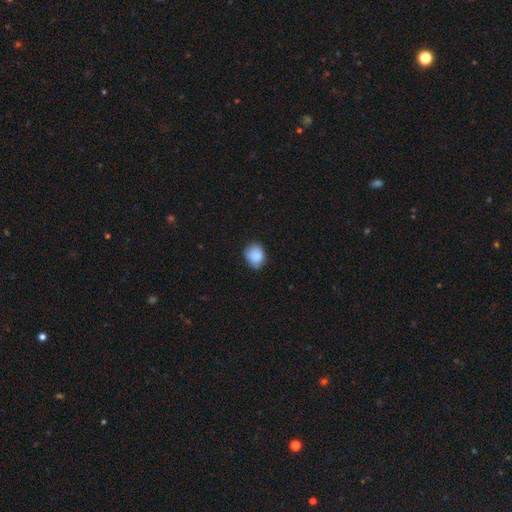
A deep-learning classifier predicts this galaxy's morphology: The model was most divided on "how rounded": round: 57%, in between: 42%, cigar-shaped: 1%. More confident: smooth or featured — smooth (86%); merging — none (67%).